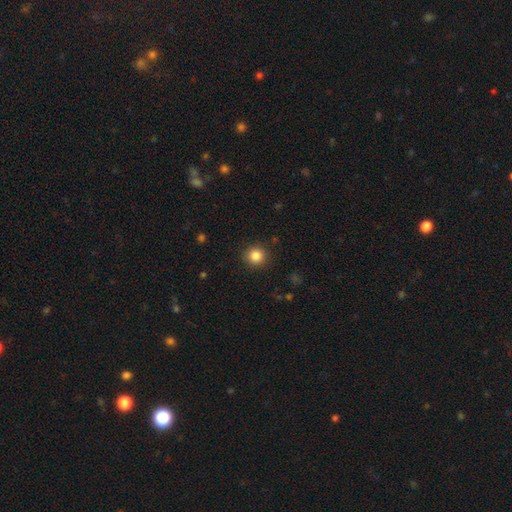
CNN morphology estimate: Overall: smooth (85%). How rounded: round (93%). Merging: none (91%).